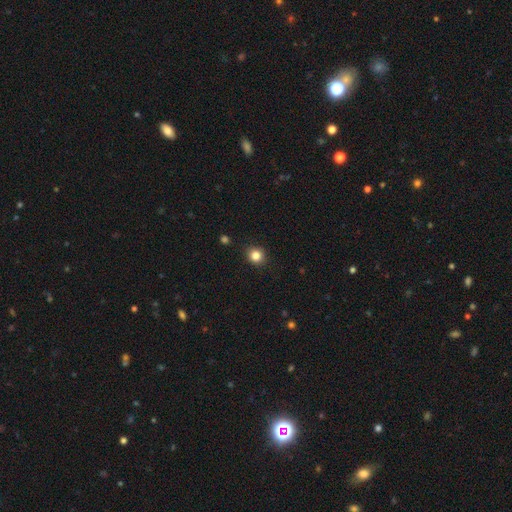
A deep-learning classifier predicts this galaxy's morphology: Smooth or featured? Predicted: smooth (p=0.84). How rounded? Predicted: round (p=0.86). Merging? Predicted: none (p=0.90).